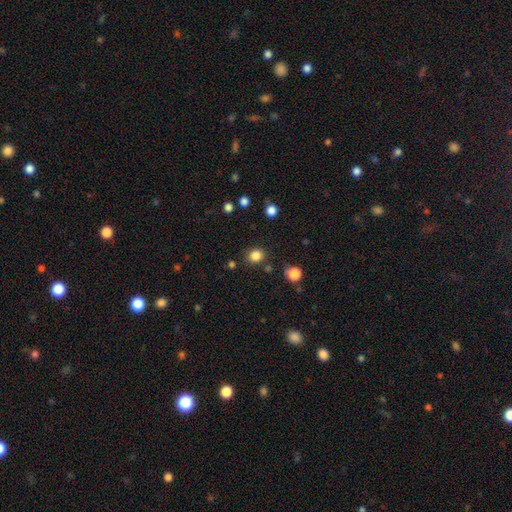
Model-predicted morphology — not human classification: Smooth or featured: smooth — 83% (star or artifact — 13%)
How rounded: round — 75% (in between — 24%)
Merging: none — 83% (minor disturbance — 10%)